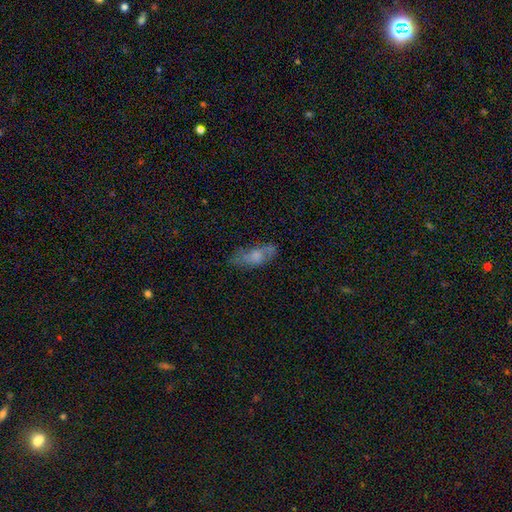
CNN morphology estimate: type=smooth (55%); roundness=in between (71%); merging=none (59%).